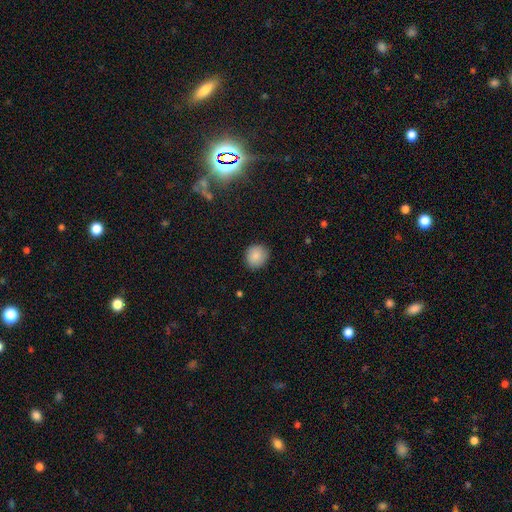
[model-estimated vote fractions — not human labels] Smooth or featured: smooth — 87% (star or artifact — 8%)
How rounded: round — 86% (in between — 13%)
Merging: none — 89% (minor disturbance — 8%)